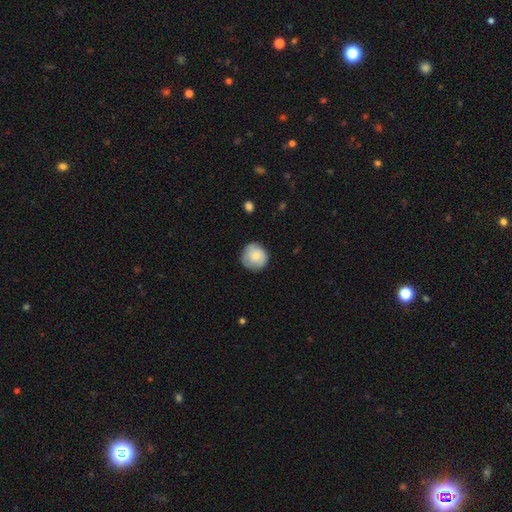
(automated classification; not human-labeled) smooth-or-featured: smooth: 67% | featured or disk: 26% | star or artifact: 7%
  how-rounded: round: 91% | in between: 8% | cigar-shaped: 1%
  merging: none: 76% | minor disturbance: 19% | major disturbance: 4% | merger: 1%